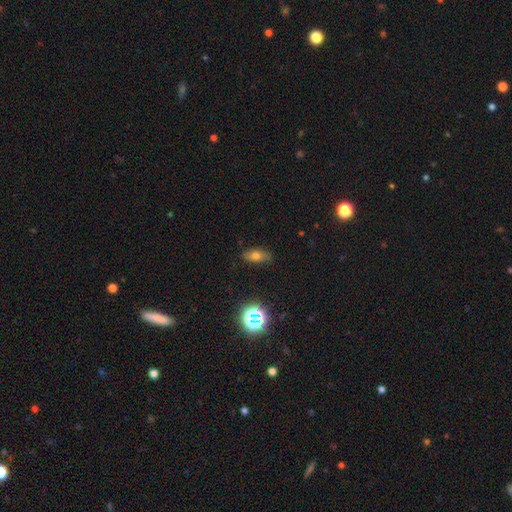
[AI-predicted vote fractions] smooth-or-featured: smooth: 65% | featured or disk: 19% | star or artifact: 16%
  how-rounded: in between: 81% | cigar-shaped: 11% | round: 8%
  merging: none: 83% | minor disturbance: 13% | major disturbance: 3% | merger: 1%